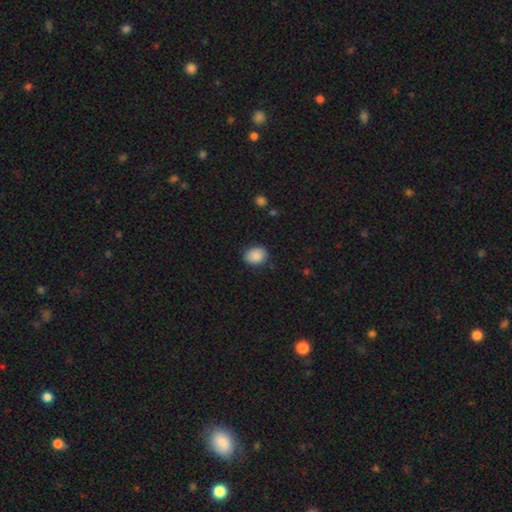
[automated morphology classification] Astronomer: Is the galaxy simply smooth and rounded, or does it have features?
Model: smooth — 88%.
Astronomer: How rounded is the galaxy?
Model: in between — 55% (runner-up: round, 44%).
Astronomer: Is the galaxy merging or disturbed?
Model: none — 83%.